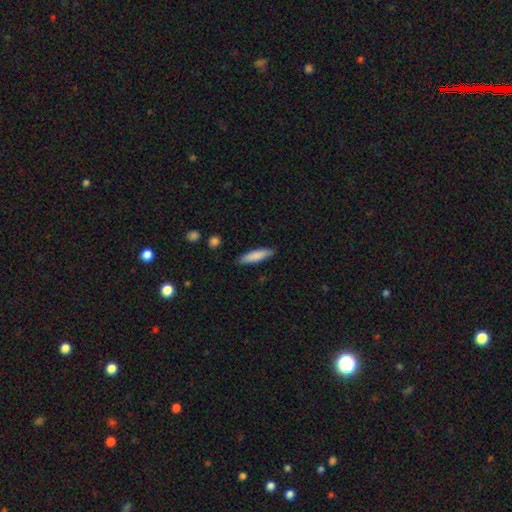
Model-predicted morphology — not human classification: smooth 83%, featured or disk 12%, star or artifact 6%. Down the decision tree: how rounded — cigar-shaped (77%); merging — none (88%).